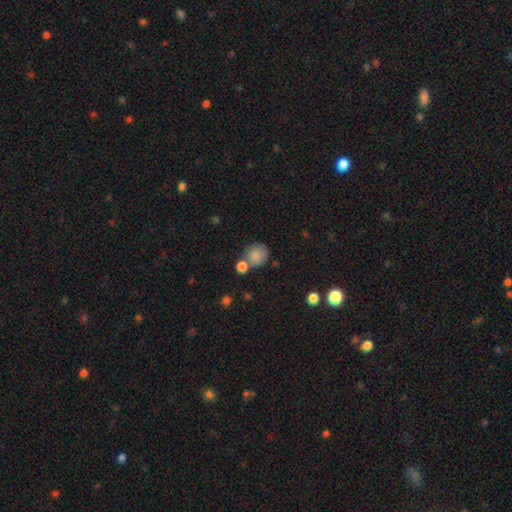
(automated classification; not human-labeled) smooth_or_featured: smooth (p=0.84) [alt: star or artifact p=0.10]
how_rounded: round (p=0.81) [alt: in between p=0.18]
merging: none (p=0.58) [alt: merger p=0.22]